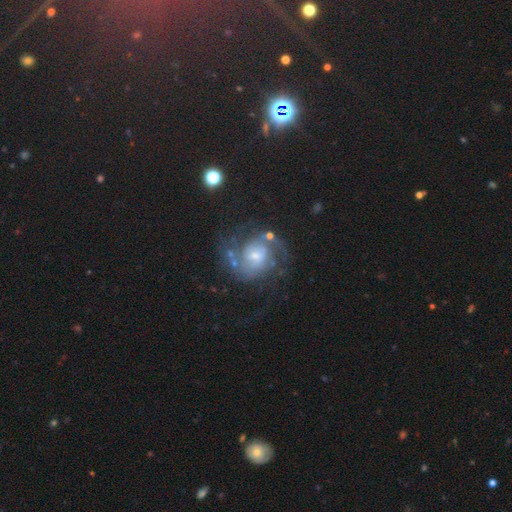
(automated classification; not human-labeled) This is clearly a featured or disk galaxy (82%). It is clearly not viewed edge-on (98%). Bar: possibly no (48%). Spiral arm pattern: clearly yes (94%). Spiral arm count: likely 2 (74%). Spiral winding: possibly medium (51%). Central bulge: possibly small (50%). Merging: likely none (63%).